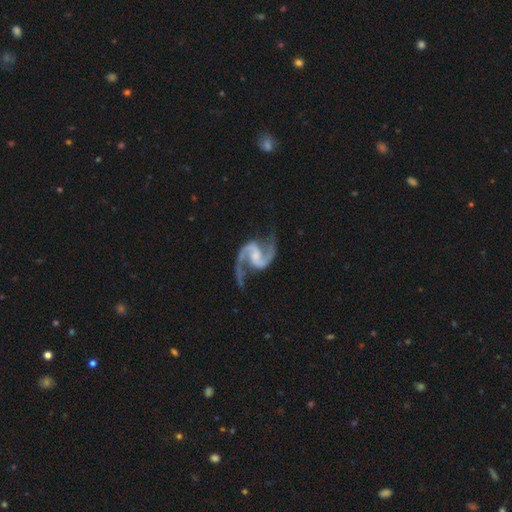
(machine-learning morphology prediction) The model was most divided on "bar": weak: 46%, no: 37%, strong: 17%. Remaining: spiral arms — yes (99%); edge-on disk — no (98%); smooth or featured — featured or disk (94%); spiral arm count — 2 (94%); merging — none (73%); spiral winding — medium (52%); bulge size — small (40%).